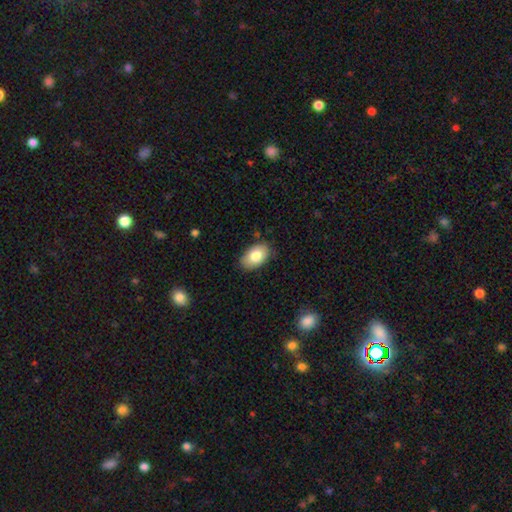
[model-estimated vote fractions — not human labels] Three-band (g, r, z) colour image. It shows a smooth galaxy with no disk features (81%) that is in between round and cigar-shaped (91%). Merging: none (82%).